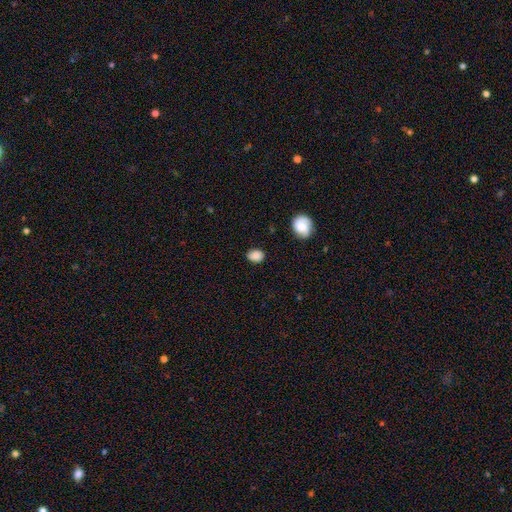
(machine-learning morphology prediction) A smooth galaxy with no disk features (85%) that is in between round and cigar-shaped (62%). Merging: none (79%).